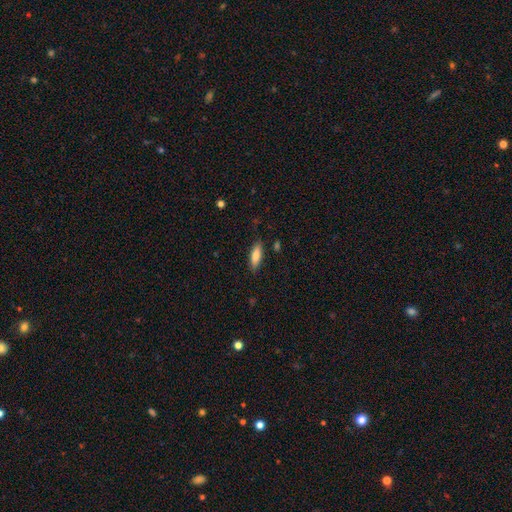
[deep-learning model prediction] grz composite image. It shows a smooth galaxy with no disk features (79%) that is in between round and cigar-shaped (50%). Merging: none (84%).